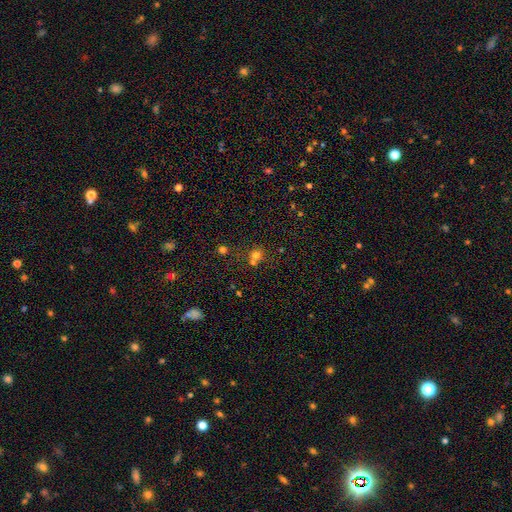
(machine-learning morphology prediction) type=smooth (70%); roundness=round (84%); merging=none (51%).